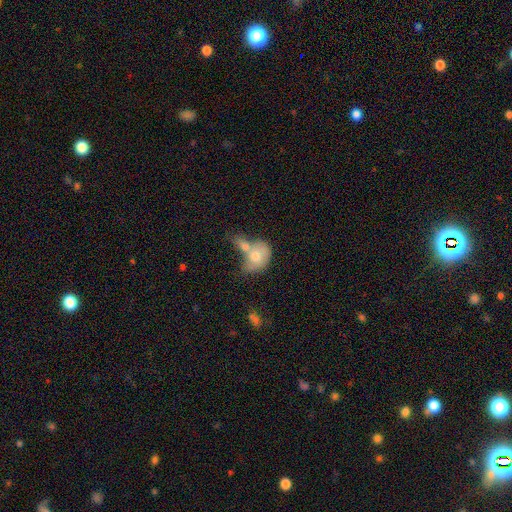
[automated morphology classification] Smooth or featured? smooth (64%)
How rounded? in between (67%)
Merging? merger (63%)